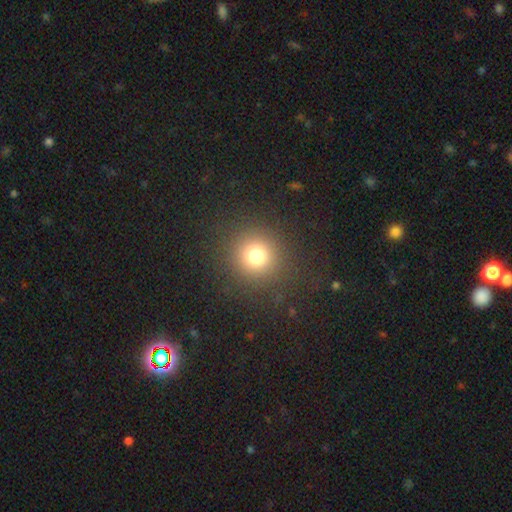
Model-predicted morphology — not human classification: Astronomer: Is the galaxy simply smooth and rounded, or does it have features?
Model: smooth — 74%.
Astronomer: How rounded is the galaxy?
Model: round — 94%.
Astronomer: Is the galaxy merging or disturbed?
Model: none — 89%.